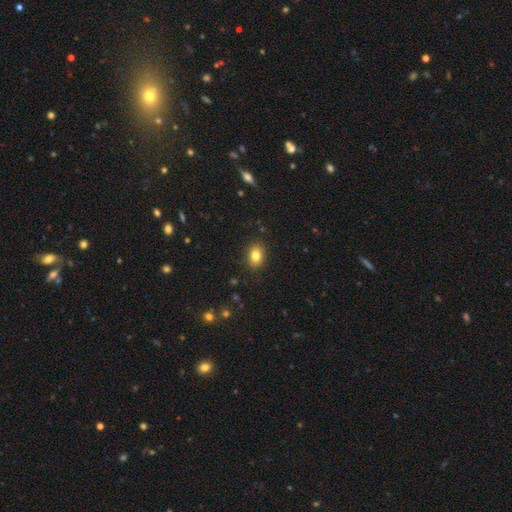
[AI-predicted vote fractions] smooth_or_featured: smooth (p=0.82) [alt: star or artifact p=0.10]
how_rounded: in between (p=0.69) [alt: round p=0.30]
merging: none (p=0.88) [alt: minor disturbance p=0.08]